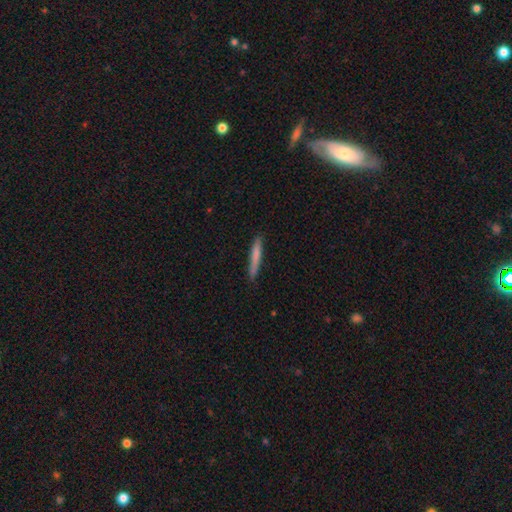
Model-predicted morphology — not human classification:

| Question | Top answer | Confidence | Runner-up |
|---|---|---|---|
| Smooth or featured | smooth | 73% | featured or disk (21%) |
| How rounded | cigar-shaped | 95% | in between (4%) |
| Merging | none | 85% | minor disturbance (11%) |